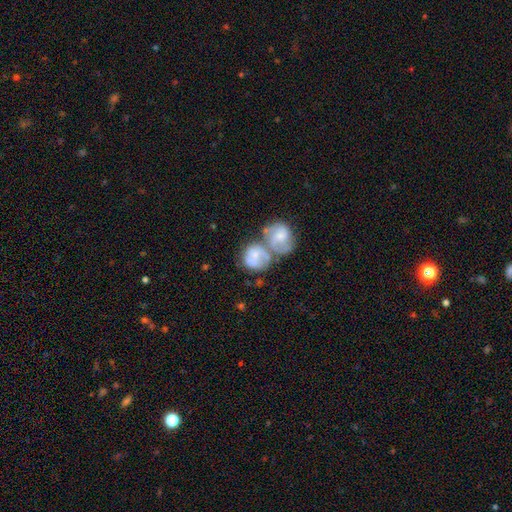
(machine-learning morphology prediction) Smooth or featured? featured or disk (49%)
Merging? merger (65%)